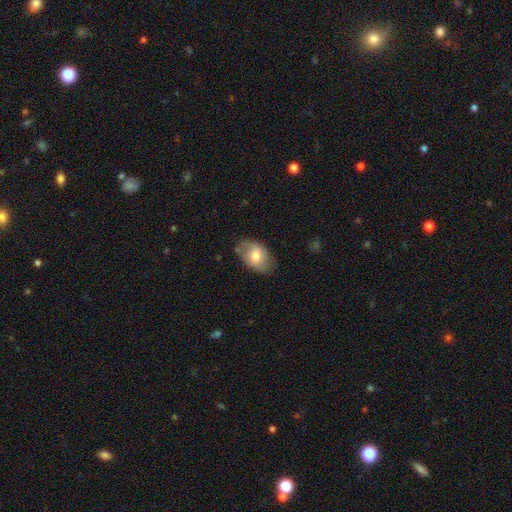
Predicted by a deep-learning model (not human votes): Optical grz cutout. It shows a smooth galaxy with no disk features (71%) that is in between round and cigar-shaped (84%). Merging: none (75%).